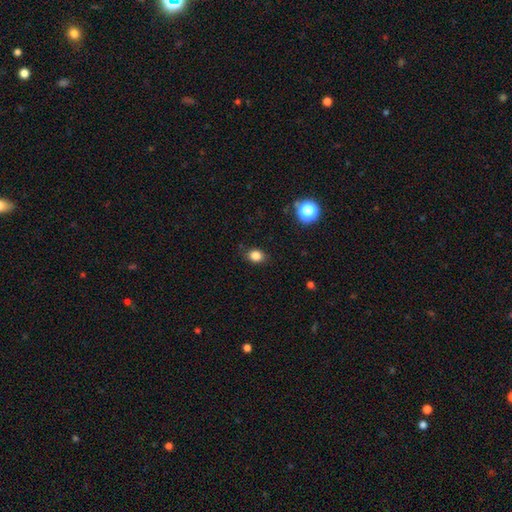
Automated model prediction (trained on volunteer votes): Smooth or featured? smooth (83%)
How rounded? in between (51%)
Merging? none (83%)